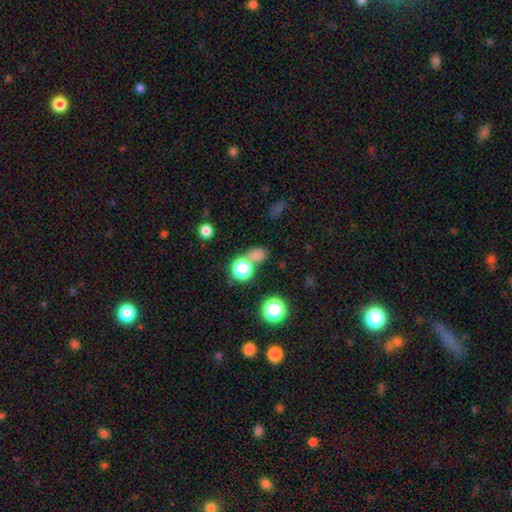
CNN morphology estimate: The model was most divided on "merging": none: 54%, merger: 30%, minor disturbance: 10%, major disturbance: 6%. More confident: smooth or featured — smooth (68%); how rounded — round (64%).